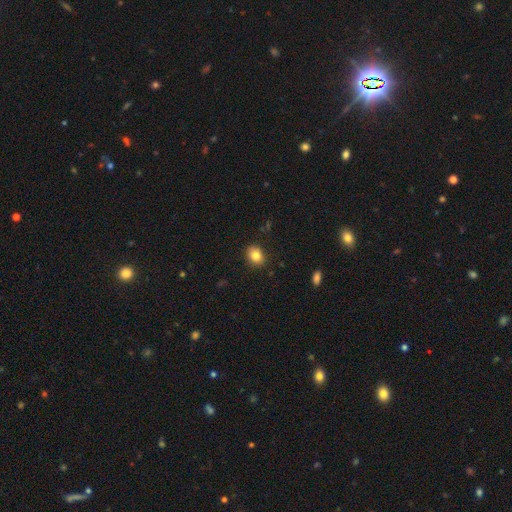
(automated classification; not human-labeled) A smooth galaxy with no disk features (83%) that is in between round and cigar-shaped (50%). Merging: none (88%).